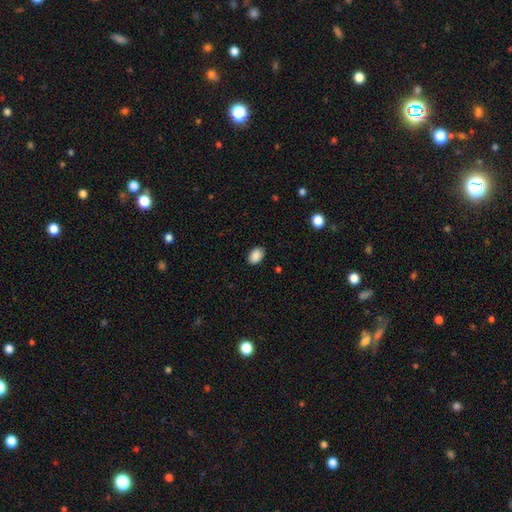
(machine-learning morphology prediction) smooth-or-featured: smooth: 89% | star or artifact: 8% | featured or disk: 3%
  how-rounded: in between: 82% | round: 17% | cigar-shaped: 1%
  merging: none: 87% | minor disturbance: 10% | major disturbance: 2% | merger: 1%